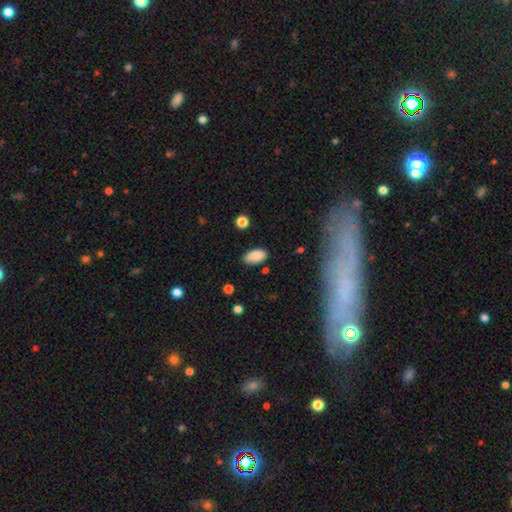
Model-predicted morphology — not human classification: smooth-or-featured: smooth: 88% | star or artifact: 8% | featured or disk: 4%
  how-rounded: in between: 94% | round: 3% | cigar-shaped: 3%
  merging: none: 81% | minor disturbance: 14% | major disturbance: 3% | merger: 2%